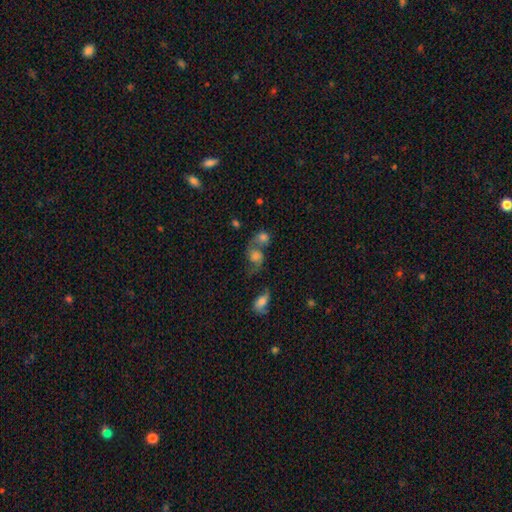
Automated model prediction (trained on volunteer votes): Overall: featured or disk (43%; smooth 35%). Merging: merger (46%; none 35%).